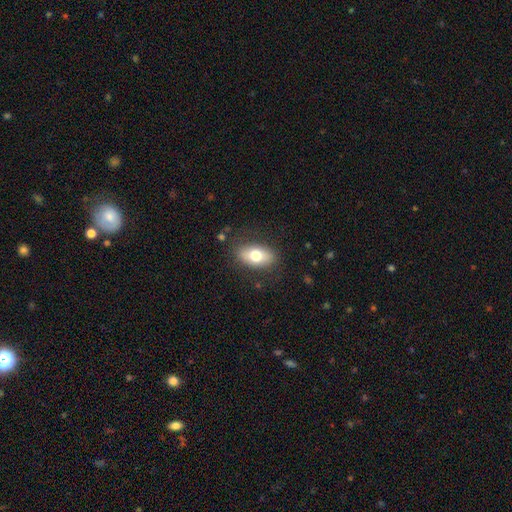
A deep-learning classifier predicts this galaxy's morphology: Smooth or featured? smooth (72%)
How rounded? in between (89%)
Merging? none (82%)